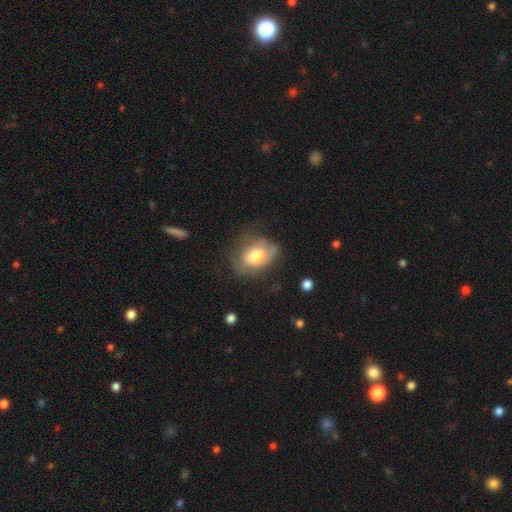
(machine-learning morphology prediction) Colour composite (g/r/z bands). It shows a smooth galaxy with no disk features (62%) that is in between round and cigar-shaped (73%). Merging: none (48%).